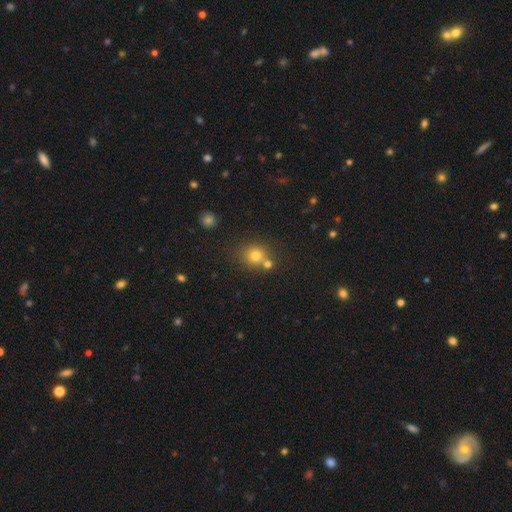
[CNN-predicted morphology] Smooth or featured? smooth (76%)
How rounded? round (80%)
Merging? none (63%)